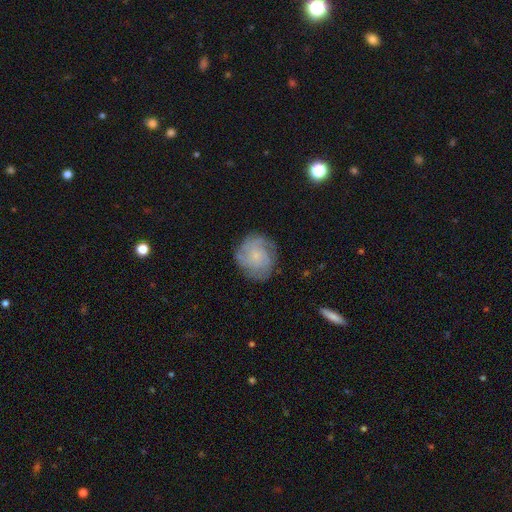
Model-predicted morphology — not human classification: Smooth or featured? Predicted: featured or disk (p=0.63). Edge-on disk? Predicted: no (p=0.98). Bar? Predicted: no (p=0.80). Spiral arms? Predicted: yes (p=0.90). Spiral winding? Predicted: tight (p=0.58). Spiral arm count? Predicted: can't tell (p=0.36). Bulge size? Predicted: small (p=0.70). Merging? Predicted: none (p=0.76).